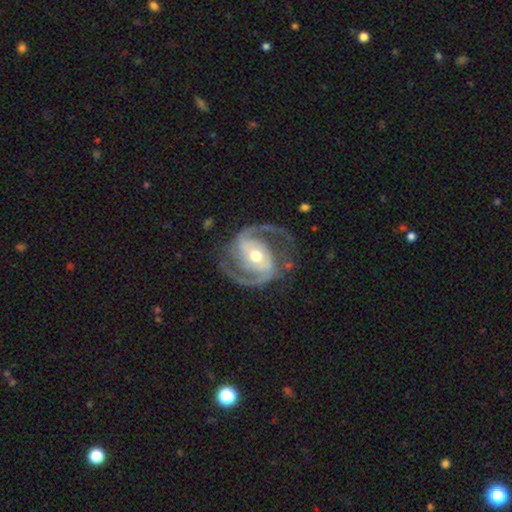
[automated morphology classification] A featured or disk galaxy (93%) with no bar (43%), 2 (92%) medium (58%) spiral arms (98%) and a moderate central bulge (73%).

Vote fractions:
- Smooth or featured? featured or disk: 93% / star or artifact: 4% / smooth: 3%
- Edge-on disk? no: 98% / yes: 2%
- Bar? no: 43% / weak: 33% / strong: 23%
- Spiral arms? yes: 98% / no: 2%
- Spiral winding? medium: 58% / tight: 30% / loose: 12%
- Spiral arm count? 2: 92% / 3: 2% / can't tell: 2% / 1: 1% / 4: 1% / more than 4: 1%
- Bulge size? moderate: 73% / small: 19% / large: 6% / none: 1% / dominant: 1%
- Merging? none: 79% / minor disturbance: 14% / major disturbance: 6% / merger: 1%